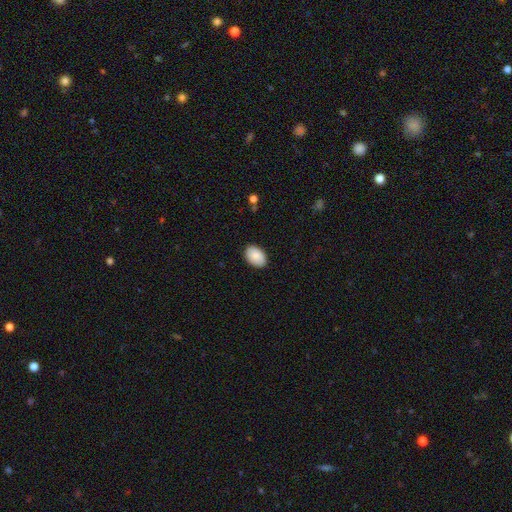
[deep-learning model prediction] smooth_or_featured: smooth (p=0.87) [alt: star or artifact p=0.06]
how_rounded: in between (p=0.88) [alt: round p=0.11]
merging: none (p=0.88) [alt: minor disturbance p=0.09]